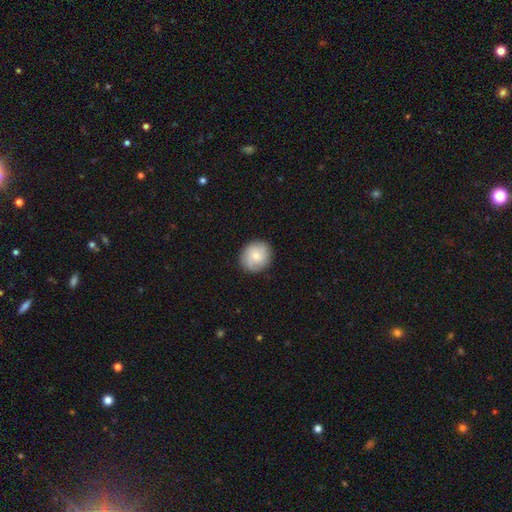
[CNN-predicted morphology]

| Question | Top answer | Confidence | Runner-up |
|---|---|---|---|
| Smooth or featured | smooth | 61% | featured or disk (32%) |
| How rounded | round | 83% | in between (16%) |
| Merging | none | 85% | minor disturbance (11%) |